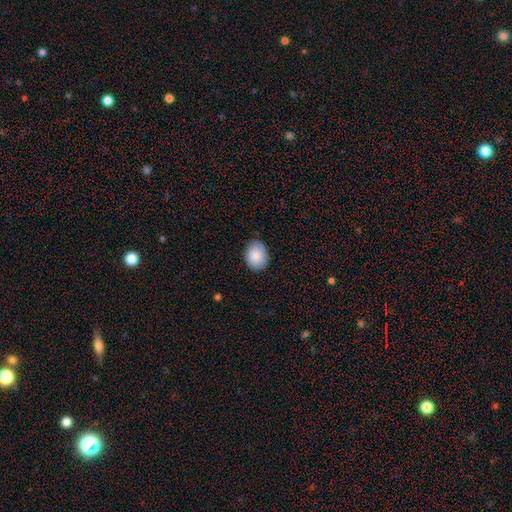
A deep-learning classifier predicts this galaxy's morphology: type=smooth (88%); roundness=in between (61%); merging=none (84%).